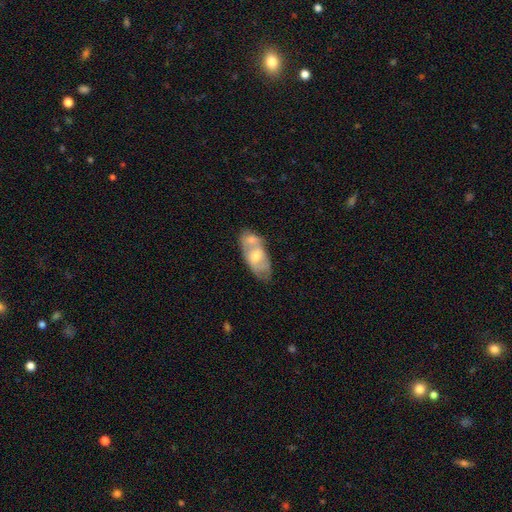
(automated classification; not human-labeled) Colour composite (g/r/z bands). It shows a featured or disk galaxy (47%, tied with smooth). Merging: merger (48%).